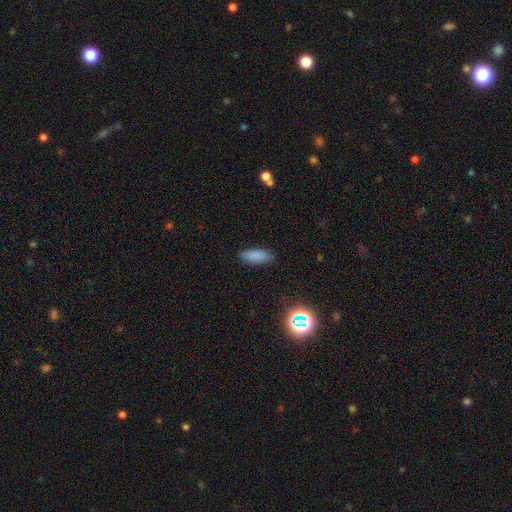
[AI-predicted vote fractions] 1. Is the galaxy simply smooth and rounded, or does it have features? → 86% smooth, 9% star or artifact, 5% featured or disk.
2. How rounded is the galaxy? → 74% in between, 24% cigar-shaped, 2% round.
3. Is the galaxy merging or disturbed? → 87% none, 10% minor disturbance, 2% major disturbance, 1% merger.